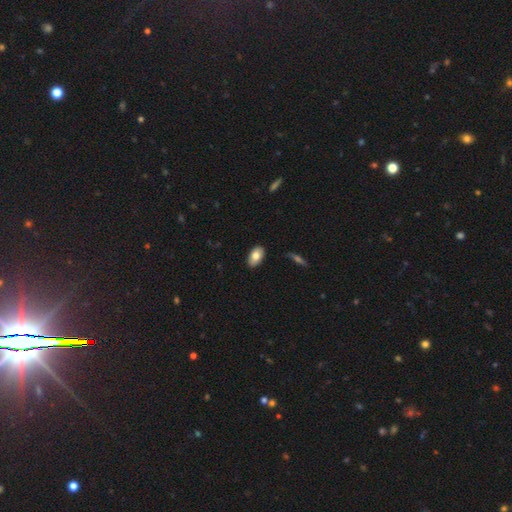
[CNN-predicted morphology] A smooth galaxy with no disk features (78%) that is in between round and cigar-shaped (93%). Merging: none (87%).